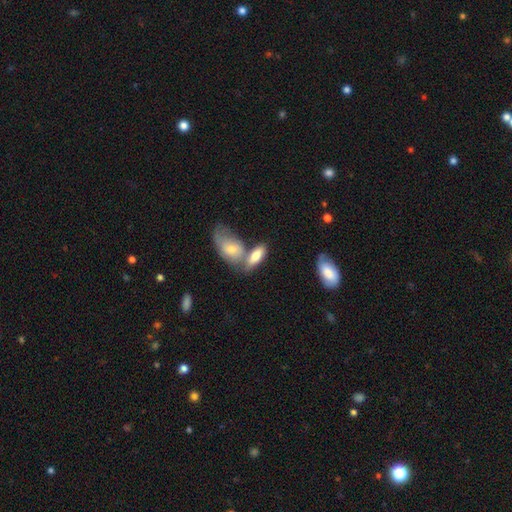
Morphology: type=smooth (76%); roundness=in between (97%); merging=merger (70%).